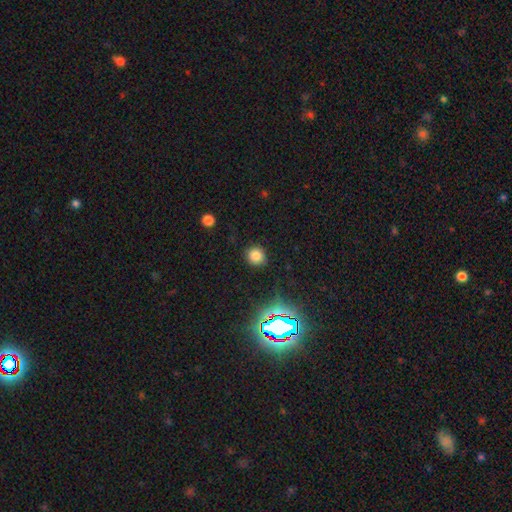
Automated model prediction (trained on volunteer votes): A smooth galaxy with no disk features (77%) that is round (89%). Merging: none (89%).